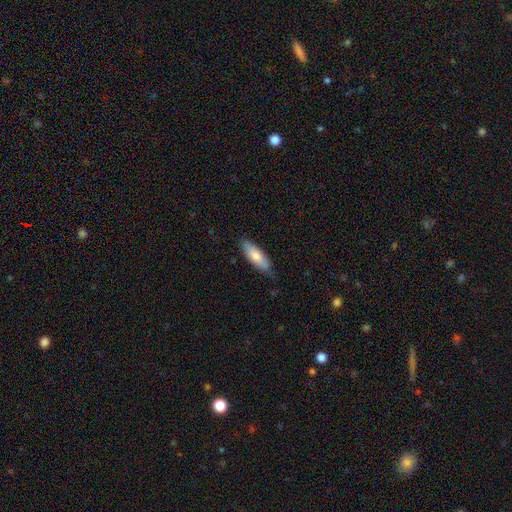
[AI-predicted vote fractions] smooth_or_featured: smooth (p=0.75) [alt: featured or disk p=0.20]
how_rounded: in between (p=0.64) [alt: cigar-shaped p=0.35]
merging: none (p=0.76) [alt: minor disturbance p=0.20]